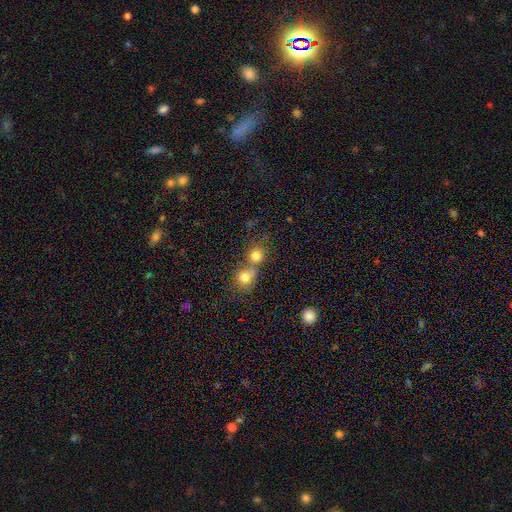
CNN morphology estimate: A smooth galaxy with no disk features (79%) that is round (85%). Merging: merger (48%).